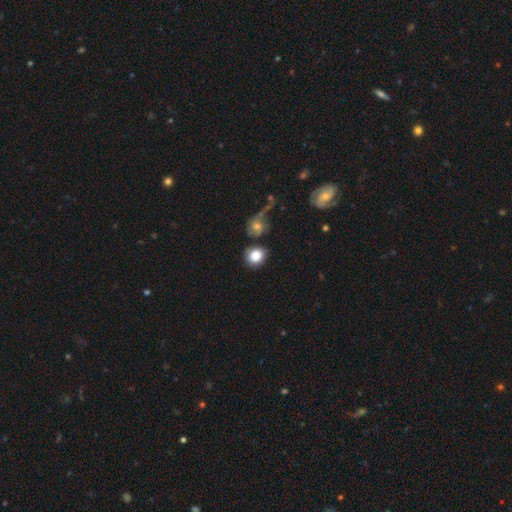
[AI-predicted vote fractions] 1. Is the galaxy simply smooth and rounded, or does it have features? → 83% smooth, 9% featured or disk, 9% star or artifact.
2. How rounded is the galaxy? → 72% round, 26% in between, 1% cigar-shaped.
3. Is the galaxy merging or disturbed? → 66% none, 14% merger, 14% minor disturbance, 6% major disturbance.